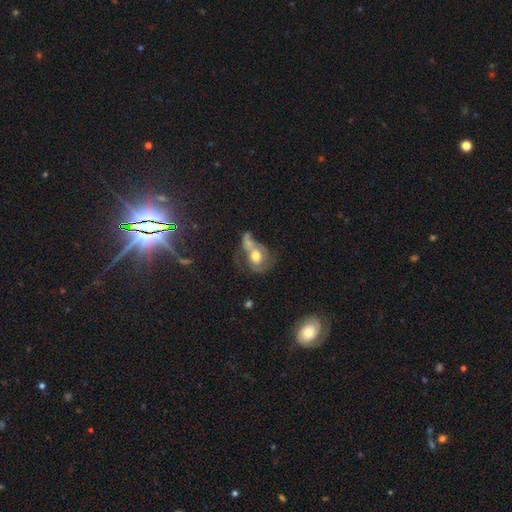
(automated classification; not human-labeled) A featured or disk galaxy (46%). Merging: merger (40%).